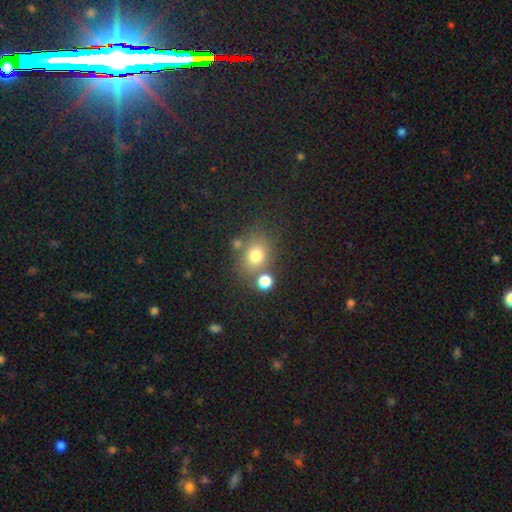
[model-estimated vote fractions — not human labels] A smooth galaxy with no disk features (75%) that is round (64%). Merging: none (65%).